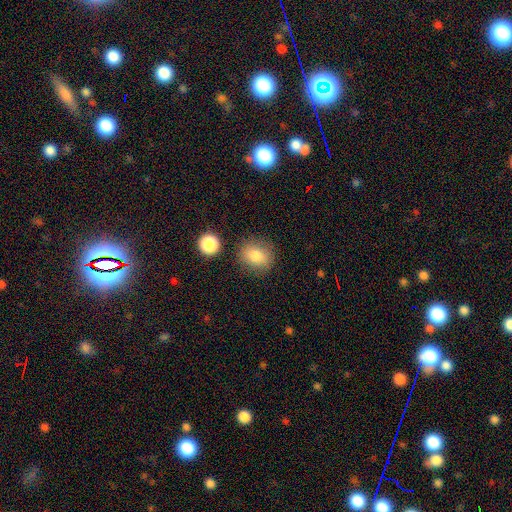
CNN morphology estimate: Smooth or featured?
  - smooth: 82% *
  - star or artifact: 10%
  - featured or disk: 8%
How rounded?
  - round: 66% *
  - in between: 33%
  - cigar-shaped: 1%
Merging?
  - none: 82% *
  - minor disturbance: 11%
  - merger: 4%
  - major disturbance: 3%